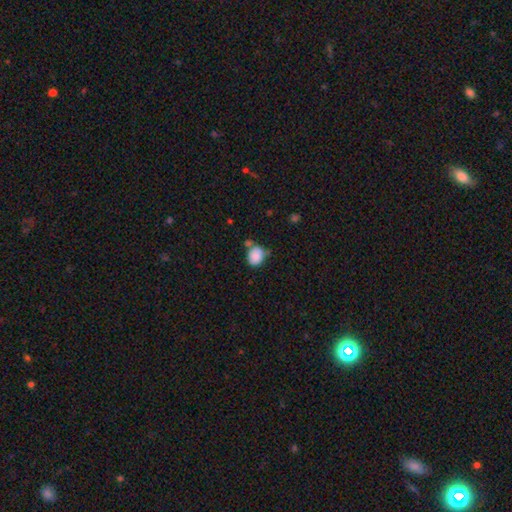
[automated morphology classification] Smooth or featured: smooth — 86% (star or artifact — 9%)
How rounded: round — 53% (in between — 46%)
Merging: none — 54% (minor disturbance — 23%)